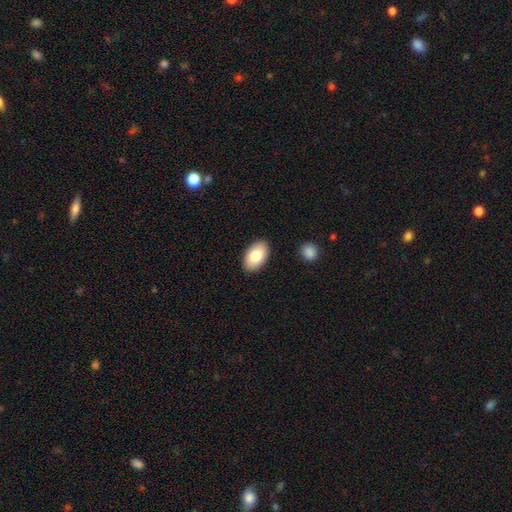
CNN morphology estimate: smooth-or-featured: smooth: 82% | featured or disk: 12% | star or artifact: 6%
  how-rounded: in between: 93% | round: 5% | cigar-shaped: 1%
  merging: none: 88% | minor disturbance: 8% | major disturbance: 2% | merger: 2%